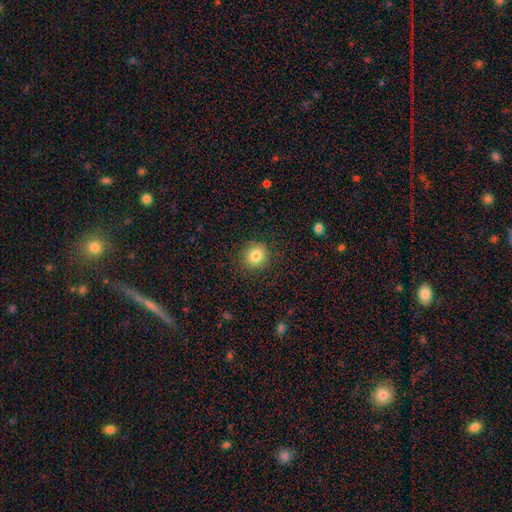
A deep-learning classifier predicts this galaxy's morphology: A smooth galaxy with no disk features (83%) that is round (86%). Merging: none (88%).